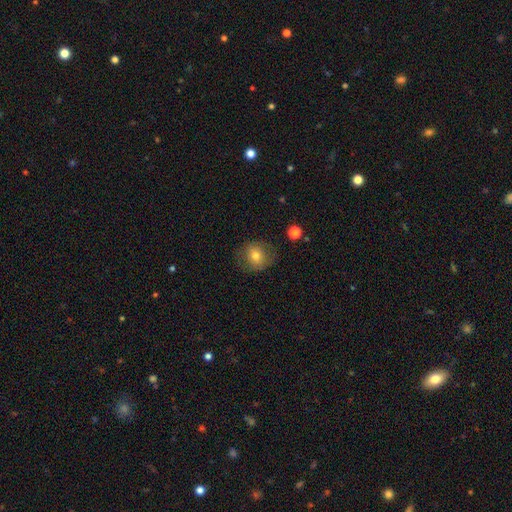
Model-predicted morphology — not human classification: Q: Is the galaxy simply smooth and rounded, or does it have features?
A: smooth — 71%.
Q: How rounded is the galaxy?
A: round — 78%.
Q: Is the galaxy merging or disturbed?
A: none — 77%.